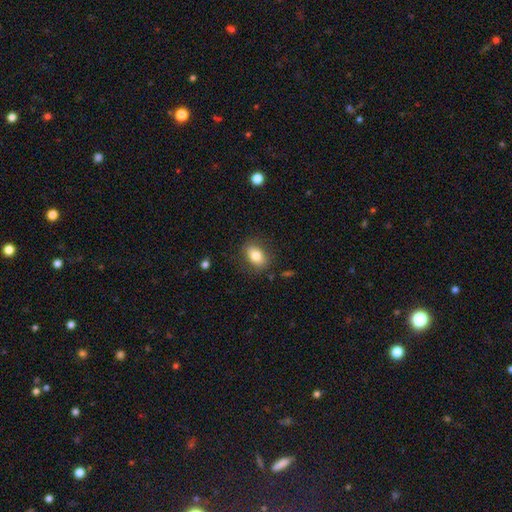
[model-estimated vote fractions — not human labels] Q: Smooth or featured?
A: smooth (79%); runner-up: featured or disk (13%)
Q: How rounded?
A: in between (82%); runner-up: round (16%)
Q: Merging?
A: none (83%); runner-up: minor disturbance (12%)